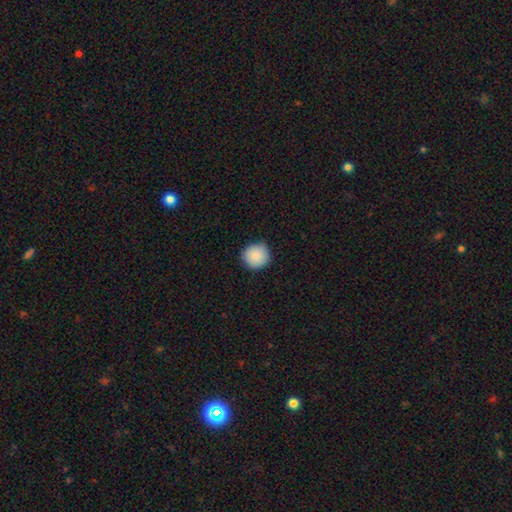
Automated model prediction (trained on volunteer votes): smooth_or_featured: smooth (p=0.88) [alt: star or artifact p=0.08]
how_rounded: round (p=0.93) [alt: in between p=0.06]
merging: none (p=0.84) [alt: minor disturbance p=0.13]